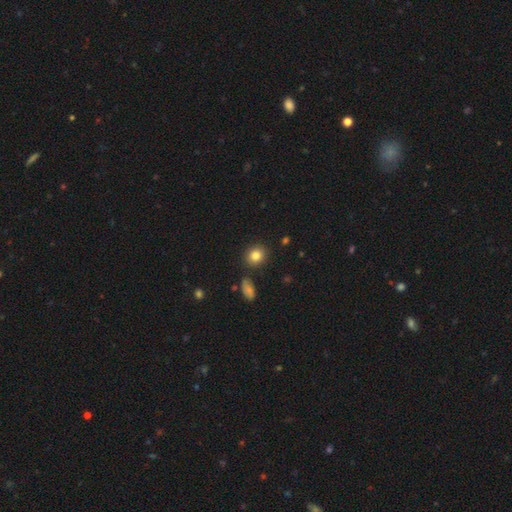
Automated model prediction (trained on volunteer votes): smooth 84%, star or artifact 10%, featured or disk 6%. Down the decision tree: how rounded — round (74%); merging — none (85%).